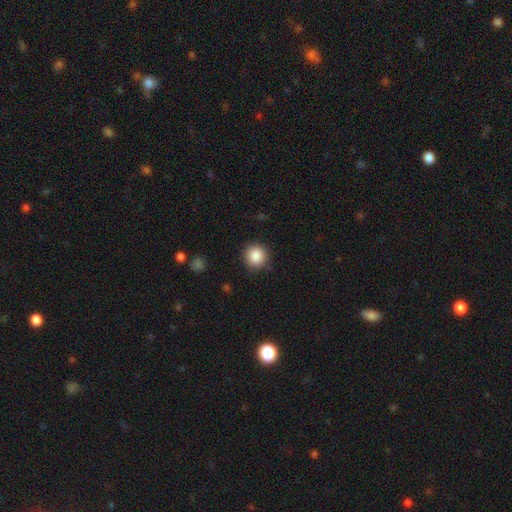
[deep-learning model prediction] smooth 87%, star or artifact 9%, featured or disk 4%. Down the decision tree: how rounded — round (92%); merging — none (89%).